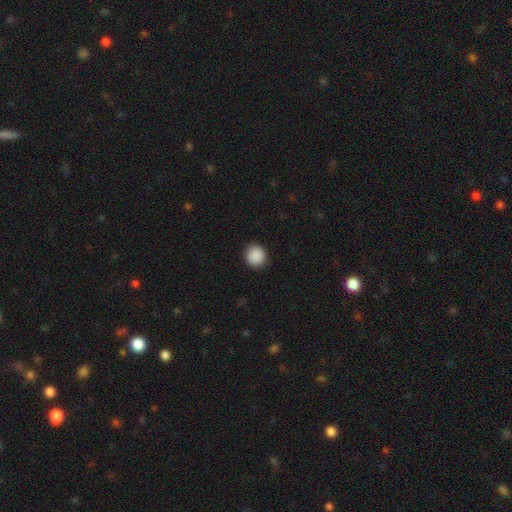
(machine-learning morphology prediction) Q: Smooth or featured?
A: smooth (90%); runner-up: star or artifact (8%)
Q: How rounded?
A: round (90%); runner-up: in between (9%)
Q: Merging?
A: none (91%); runner-up: minor disturbance (6%)